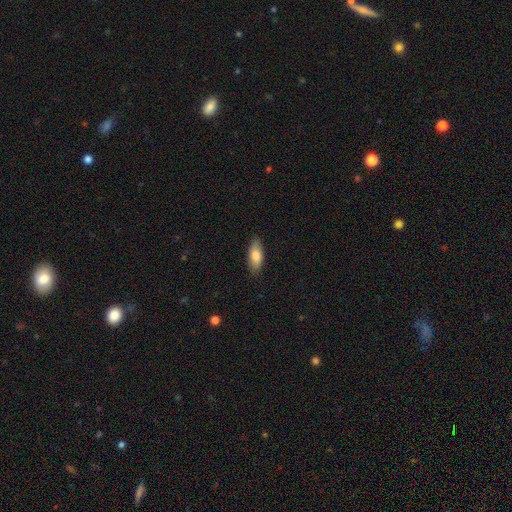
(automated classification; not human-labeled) The model was most divided on "how rounded": in between: 79%, cigar-shaped: 19%, round: 2%. More confident: merging — none (86%); smooth or featured — smooth (79%).